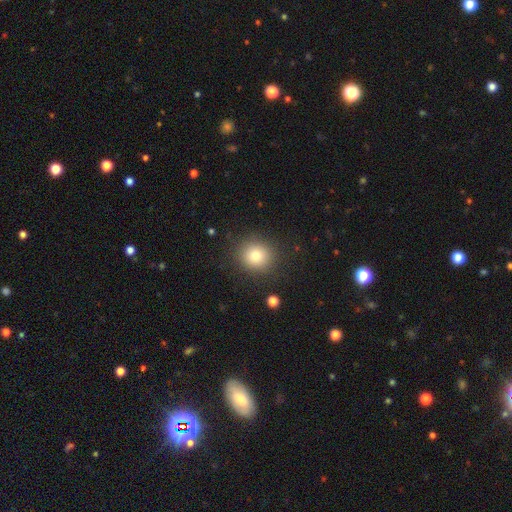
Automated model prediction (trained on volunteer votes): Smooth or featured: smooth — 78% (star or artifact — 13%)
How rounded: round — 88% (in between — 11%)
Merging: none — 88% (minor disturbance — 8%)